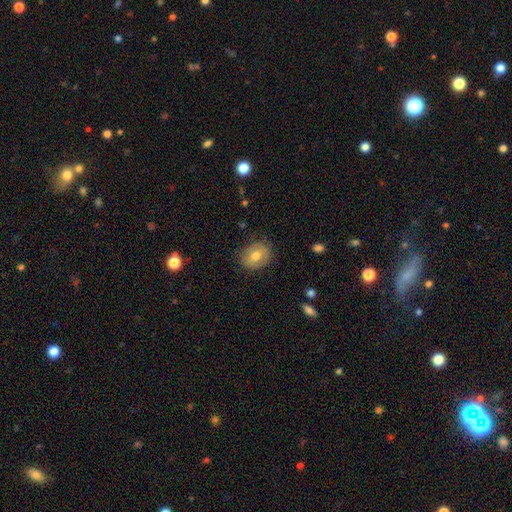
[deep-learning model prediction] A smooth galaxy with no disk features (68%) that is round (52%).

Vote fractions:
- Smooth or featured? smooth: 68% / featured or disk: 23% / star or artifact: 9%
- How rounded? round: 52% / in between: 47% / cigar-shaped: 1%
- Merging? none: 84% / minor disturbance: 12% / major disturbance: 3% / merger: 1%